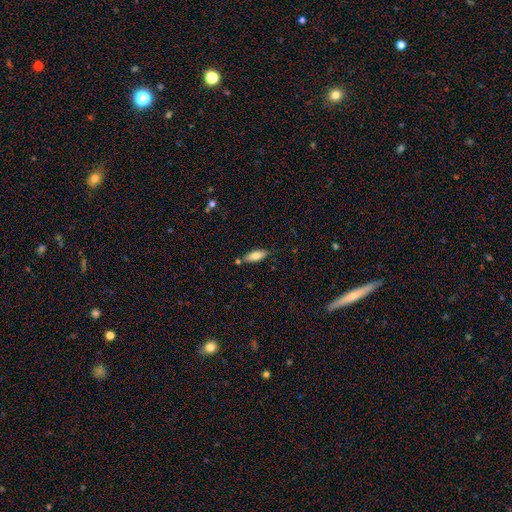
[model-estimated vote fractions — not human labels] This is likely a smooth galaxy (77%). How rounded: likely in between (71%). Merging: likely none (76%).